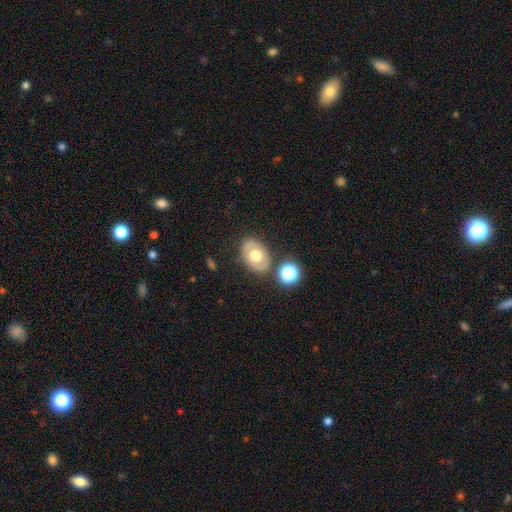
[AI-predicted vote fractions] smooth 54%, featured or disk 37%, star or artifact 9%. Down the decision tree: how rounded — in between (73%); merging — none (75%).